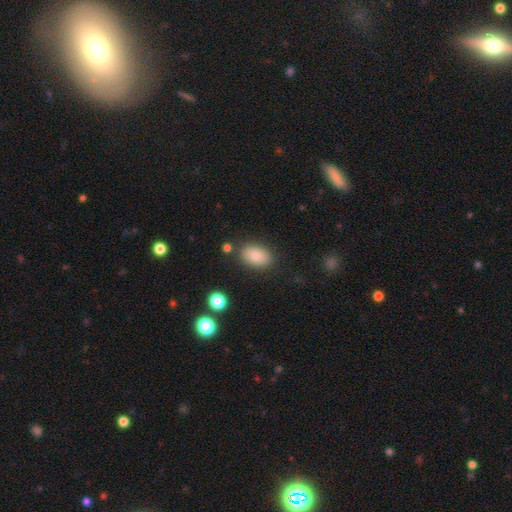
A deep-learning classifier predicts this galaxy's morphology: Smooth or featured: smooth — 81% (featured or disk — 11%)
How rounded: in between — 87% (round — 12%)
Merging: none — 83% (minor disturbance — 11%)